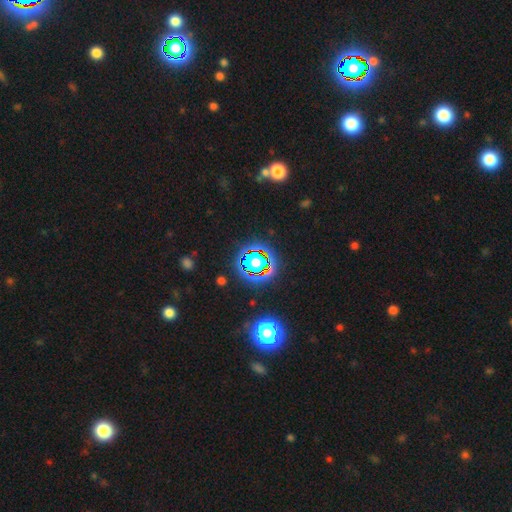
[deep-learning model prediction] star or artifact 80%, smooth 12%, featured or disk 8%.